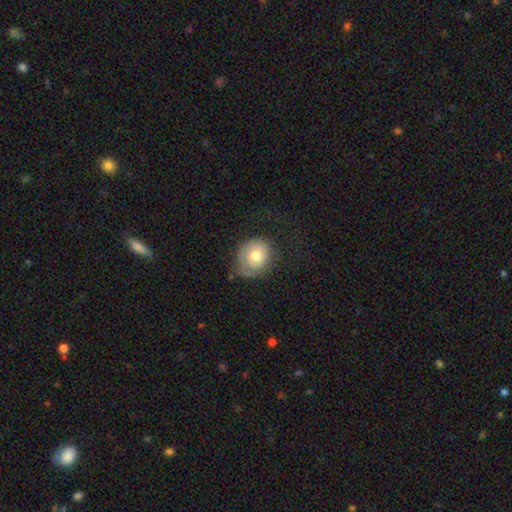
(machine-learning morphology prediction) This appears to be a smooth galaxy with no disk features (71%) that is round (72%). Merging: none (57%).